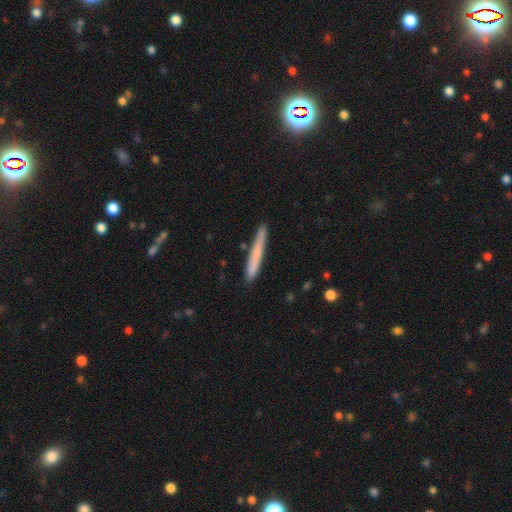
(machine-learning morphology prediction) A smooth galaxy with no disk features (69%) that is cigar-shaped (97%). Merging: none (86%).